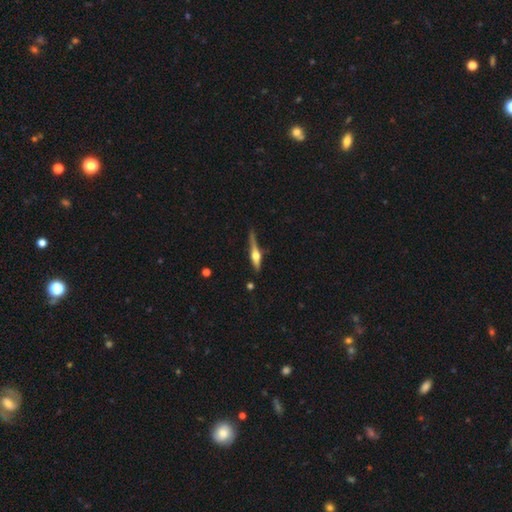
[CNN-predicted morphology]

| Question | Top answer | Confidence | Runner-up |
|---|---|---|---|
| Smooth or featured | featured or disk | 65% | smooth (29%) |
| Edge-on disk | yes | 96% | no (4%) |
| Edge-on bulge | rounded | 92% | boxy (5%) |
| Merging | none | 70% | minor disturbance (20%) |